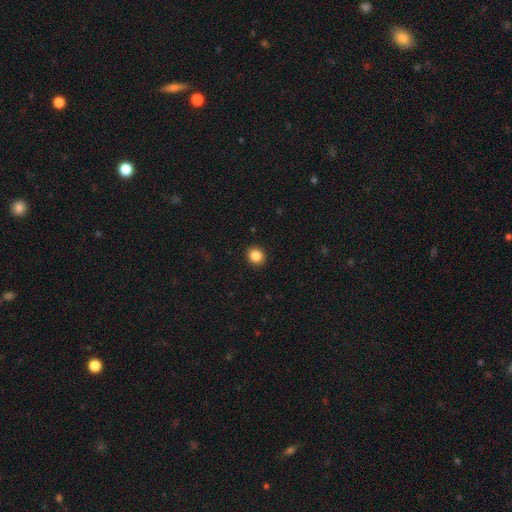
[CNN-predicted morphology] This is clearly a smooth galaxy (86%). How rounded: clearly round (81%). Merging: clearly none (92%).